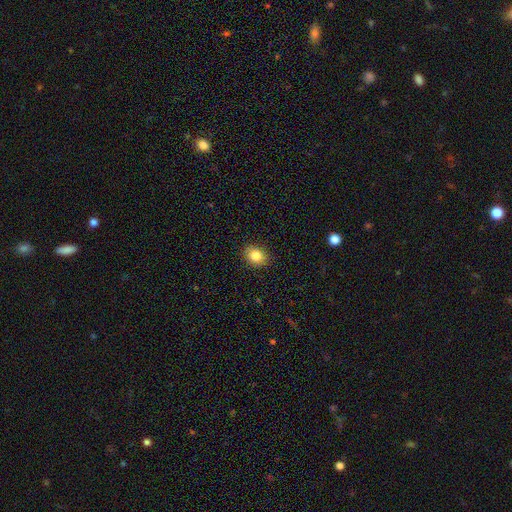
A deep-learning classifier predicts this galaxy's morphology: Smooth or featured?
  - smooth: 83% *
  - star or artifact: 10%
  - featured or disk: 7%
How rounded?
  - round: 50% *
  - in between: 49%
  - cigar-shaped: 1%
Merging?
  - none: 90% *
  - minor disturbance: 7%
  - major disturbance: 2%
  - merger: 1%